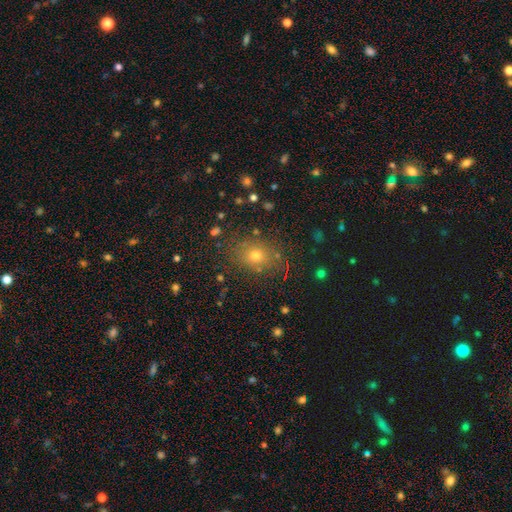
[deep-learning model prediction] smooth_or_featured: smooth (p=0.68) [alt: star or artifact p=0.21]
how_rounded: round (p=0.59) [alt: in between p=0.40]
merging: none (p=0.83) [alt: minor disturbance p=0.10]